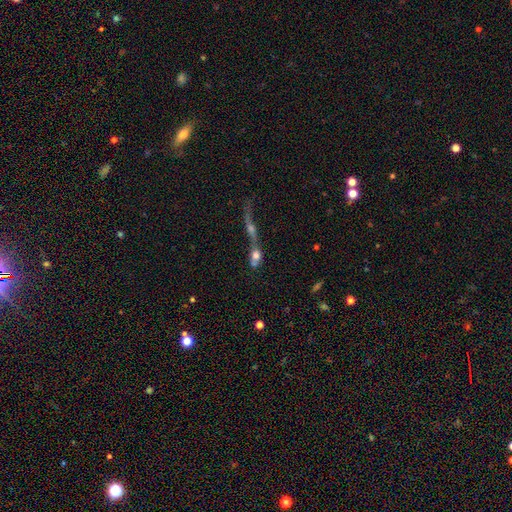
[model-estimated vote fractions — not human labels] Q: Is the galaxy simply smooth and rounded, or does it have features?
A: smooth — 58%.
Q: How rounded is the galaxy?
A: round — 50%.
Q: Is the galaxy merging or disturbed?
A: merger — 70%.